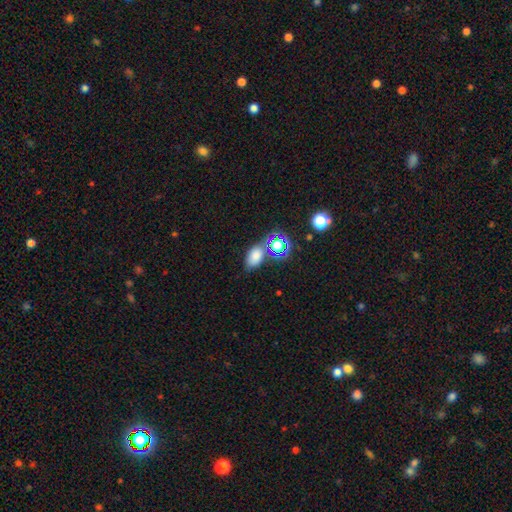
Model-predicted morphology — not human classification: A smooth galaxy with no disk features (73%) that is in between round and cigar-shaped (86%).

Vote fractions:
- Smooth or featured? smooth: 73% / star or artifact: 19% / featured or disk: 8%
- How rounded? in between: 86% / round: 12% / cigar-shaped: 2%
- Merging? none: 65% / merger: 15% / minor disturbance: 15% / major disturbance: 5%